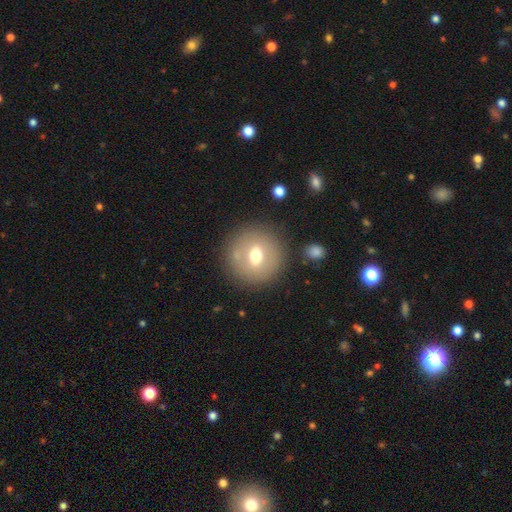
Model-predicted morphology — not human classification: type=smooth (59%); roundness=round (90%); merging=none (82%).